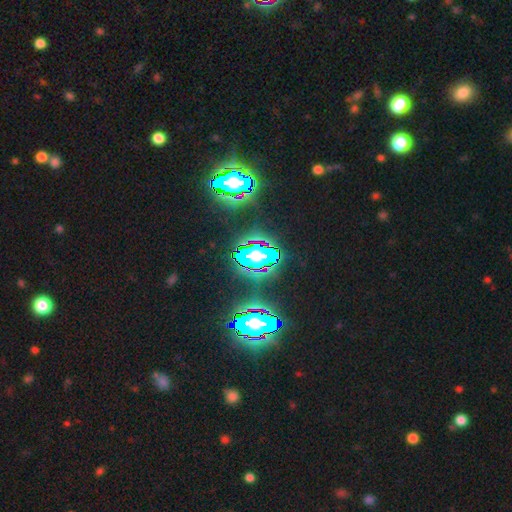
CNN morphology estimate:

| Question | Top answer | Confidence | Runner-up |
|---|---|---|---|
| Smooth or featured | star or artifact | 65% | smooth (18%) |